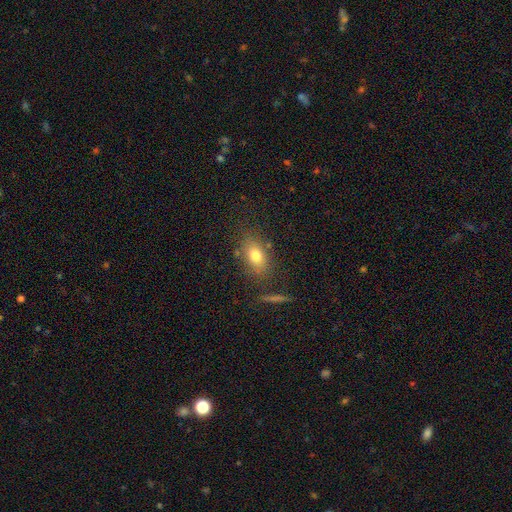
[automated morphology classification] Smooth or featured? smooth (76%)
How rounded? in between (77%)
Merging? none (75%)